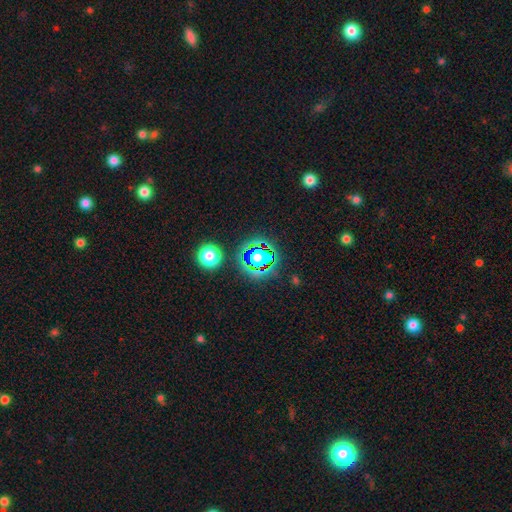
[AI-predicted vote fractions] Smooth or featured: star or artifact — 78% (smooth — 14%)